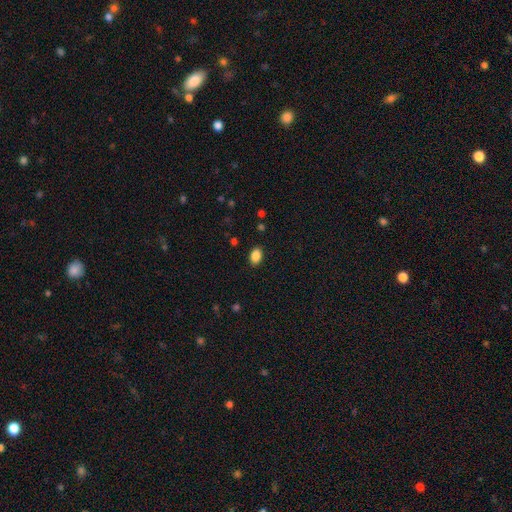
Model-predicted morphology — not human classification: Q: Smooth or featured?
A: smooth (88%); runner-up: star or artifact (9%)
Q: How rounded?
A: in between (85%); runner-up: round (14%)
Q: Merging?
A: none (88%); runner-up: minor disturbance (8%)